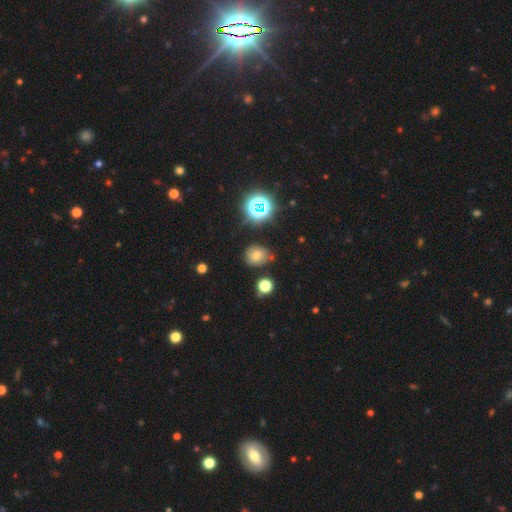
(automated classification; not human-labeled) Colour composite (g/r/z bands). It shows a smooth galaxy with no disk features (64%) that is round (73%). Merging: none (67%).